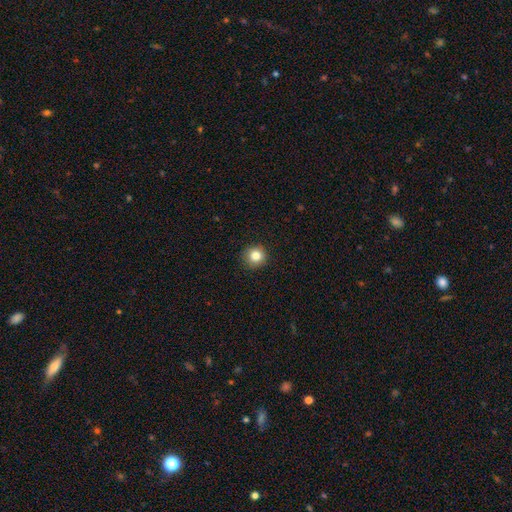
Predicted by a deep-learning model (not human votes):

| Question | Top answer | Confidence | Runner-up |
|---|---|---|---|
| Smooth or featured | smooth | 83% | star or artifact (11%) |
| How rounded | round | 93% | in between (6%) |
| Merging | none | 90% | minor disturbance (7%) |